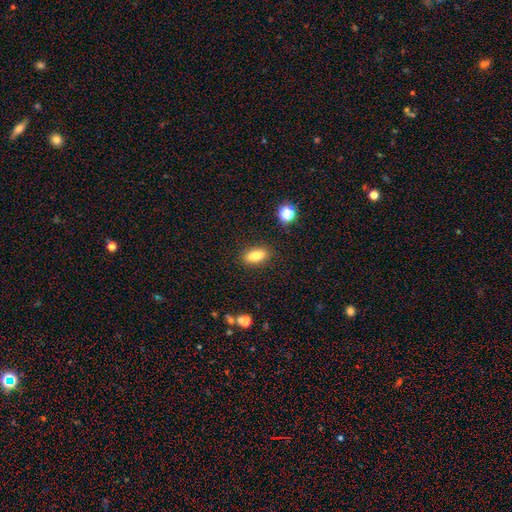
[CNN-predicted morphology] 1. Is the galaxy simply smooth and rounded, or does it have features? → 81% smooth, 10% featured or disk, 9% star or artifact.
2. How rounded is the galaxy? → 83% in between, 11% cigar-shaped, 6% round.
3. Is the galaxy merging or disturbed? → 87% none, 9% minor disturbance, 2% major disturbance, 2% merger.